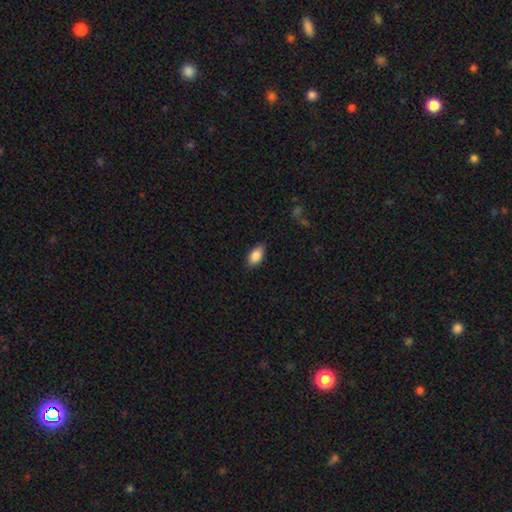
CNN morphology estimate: Smooth or featured: smooth — 86% (featured or disk — 7%)
How rounded: in between — 91% (round — 4%)
Merging: none — 85% (minor disturbance — 12%)